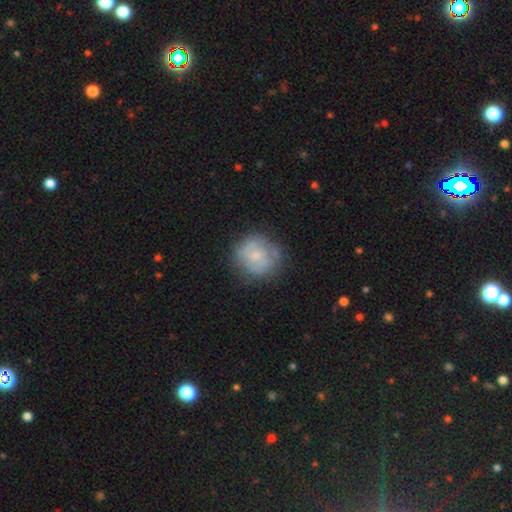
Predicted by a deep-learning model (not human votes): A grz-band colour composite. It shows a featured or disk galaxy (46%, tied with smooth). Merging: none (69%).